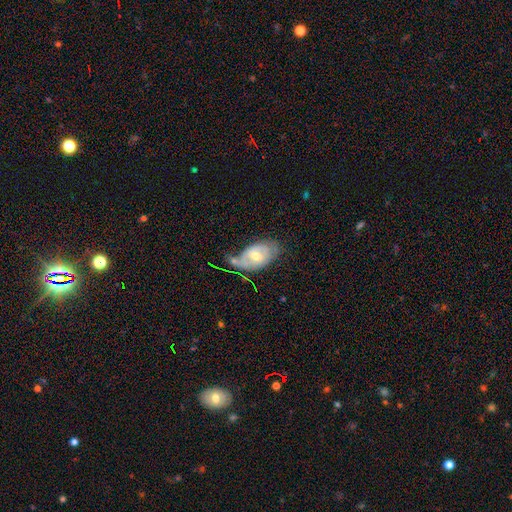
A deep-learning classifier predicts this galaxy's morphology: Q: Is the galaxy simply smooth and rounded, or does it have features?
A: featured or disk — 60%.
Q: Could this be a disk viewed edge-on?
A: no — 92%.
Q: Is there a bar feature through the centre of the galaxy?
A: no — 60%.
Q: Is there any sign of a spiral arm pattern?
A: yes — 64%.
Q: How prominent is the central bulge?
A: moderate — 67%.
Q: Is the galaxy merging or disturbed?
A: none — 39%.